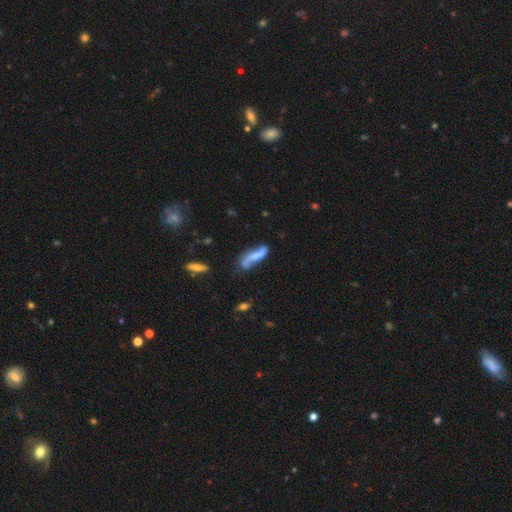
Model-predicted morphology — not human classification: Q: Smooth or featured?
A: featured or disk (67%); runner-up: smooth (27%)
Q: Edge-on disk?
A: no (82%); runner-up: yes (18%)
Q: Bar?
A: no (50%); runner-up: weak (31%)
Q: Spiral arms?
A: yes (90%); runner-up: no (10%)
Q: Bulge size?
A: small (39%); runner-up: moderate (33%)
Q: Merging?
A: none (59%); runner-up: minor disturbance (24%)